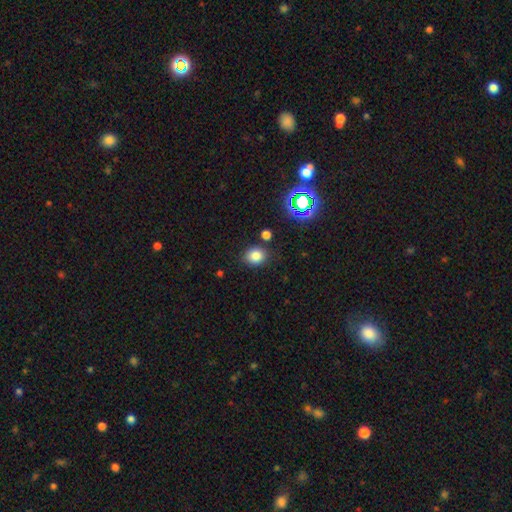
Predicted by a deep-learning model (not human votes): Overall: smooth (79%). How rounded: round (67%; in between 32%). Merging: none (80%).